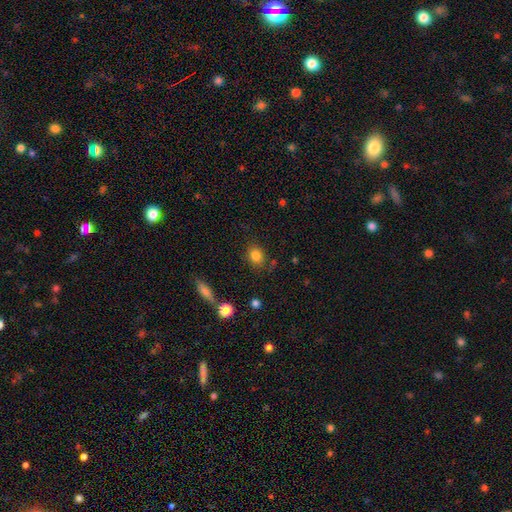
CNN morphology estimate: Overall: smooth (82%). How rounded: round (54%; in between 45%). Merging: none (78%).